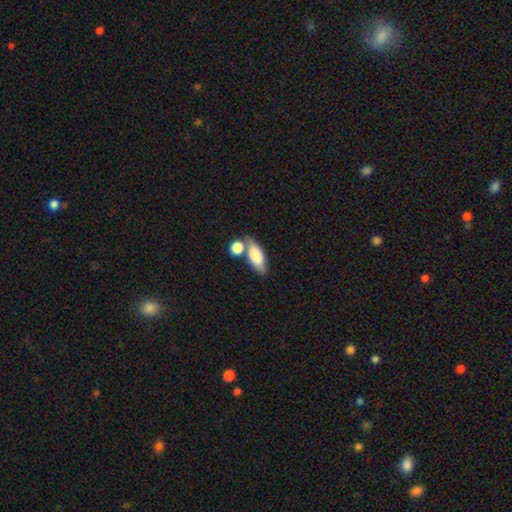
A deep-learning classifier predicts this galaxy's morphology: type=smooth (79%); roundness=in between (82%); merging=none (48%).